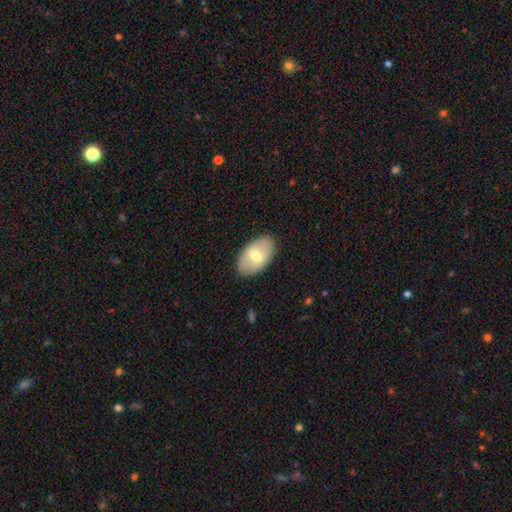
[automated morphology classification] The model was most divided on "smooth or featured": smooth: 60%, featured or disk: 34%, star or artifact: 6%. More confident: how rounded — in between (92%); merging — none (86%).